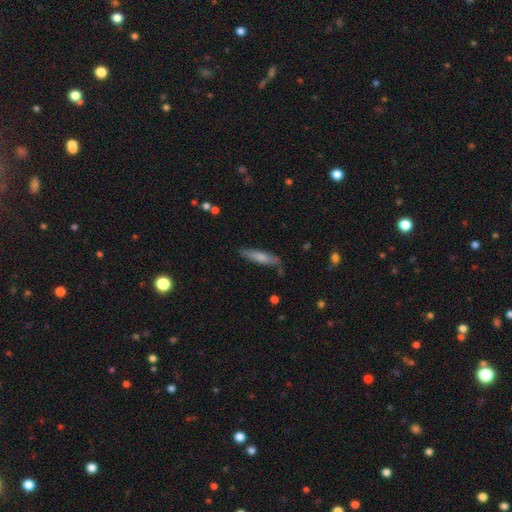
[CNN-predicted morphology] Smooth or featured: smooth — 53% (featured or disk — 37%)
How rounded: cigar-shaped — 85% (in between — 13%)
Merging: none — 77% (minor disturbance — 17%)